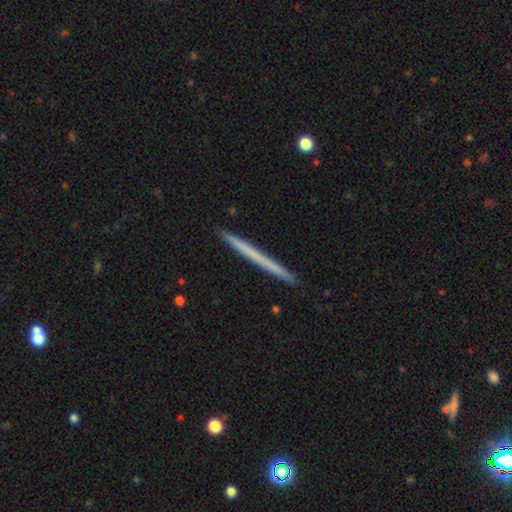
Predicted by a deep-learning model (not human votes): A smooth galaxy with no disk features (48%).

Vote fractions:
- Smooth or featured? smooth: 48% / featured or disk: 46% / star or artifact: 6%
- Merging? none: 92% / minor disturbance: 5% / major disturbance: 1% / merger: 1%